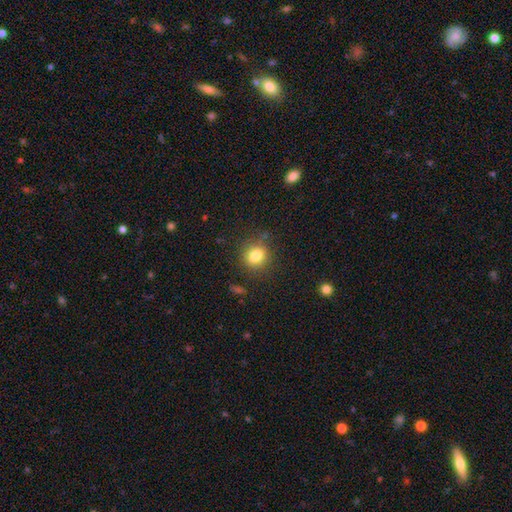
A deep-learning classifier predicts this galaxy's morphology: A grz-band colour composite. It shows a smooth galaxy with no disk features (82%) that is round (76%). Merging: none (82%).